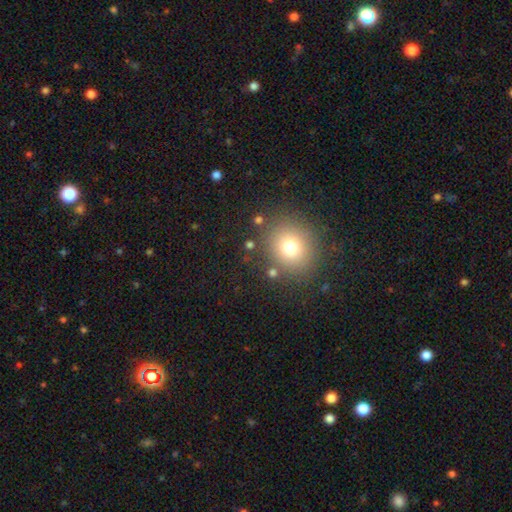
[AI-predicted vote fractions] The model was most divided on "smooth or featured": smooth: 66%, star or artifact: 25%, featured or disk: 8%. More confident: merging — none (87%); how rounded — round (87%).